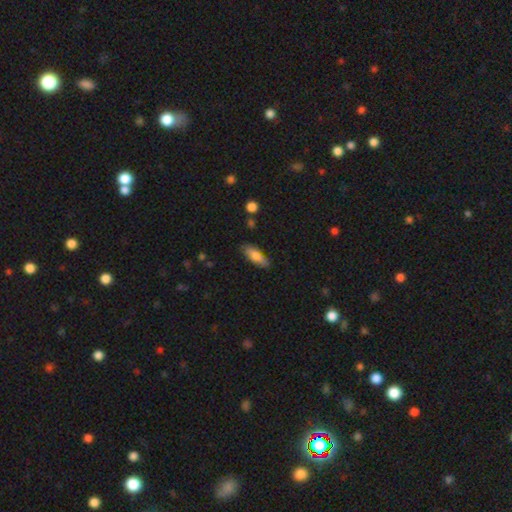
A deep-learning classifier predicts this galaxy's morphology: type=smooth (74%); roundness=in between (63%); merging=none (81%).